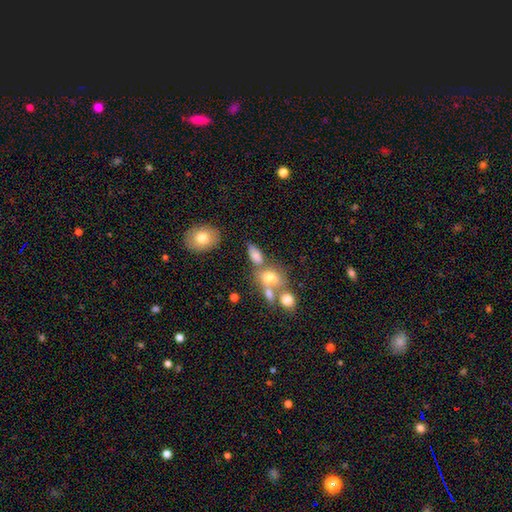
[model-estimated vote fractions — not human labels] This is likely a smooth galaxy (74%). How rounded: likely in between (77%). Merging: marginally none (45%).